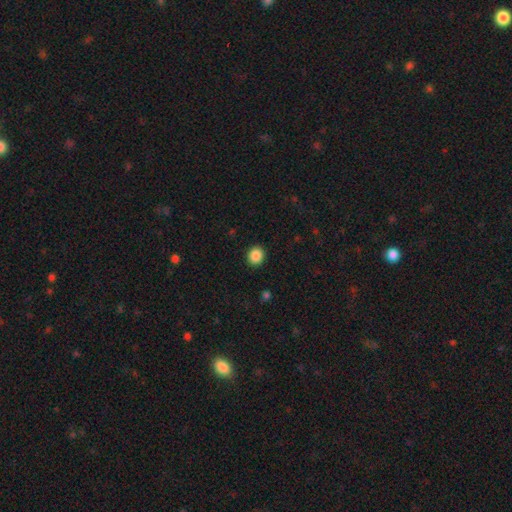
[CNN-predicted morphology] smooth-or-featured: smooth: 88% | star or artifact: 9% | featured or disk: 3%
  how-rounded: round: 76% | in between: 23% | cigar-shaped: 1%
  merging: none: 92% | minor disturbance: 6% | major disturbance: 2% | merger: 1%